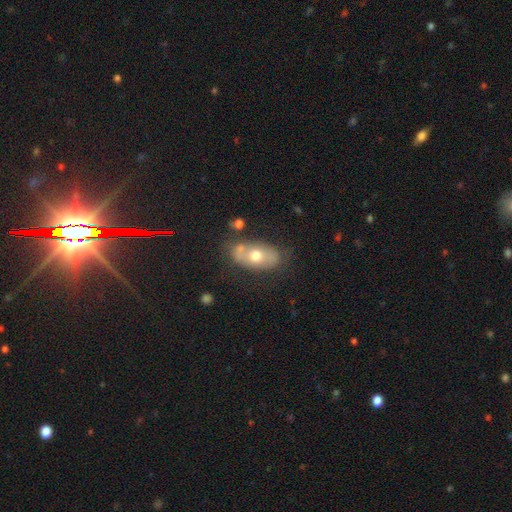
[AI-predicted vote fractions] Smooth or featured?
  - smooth: 47% *
  - featured or disk: 44%
  - star or artifact: 9%
Merging?
  - none: 66% *
  - minor disturbance: 19%
  - merger: 8%
  - major disturbance: 7%